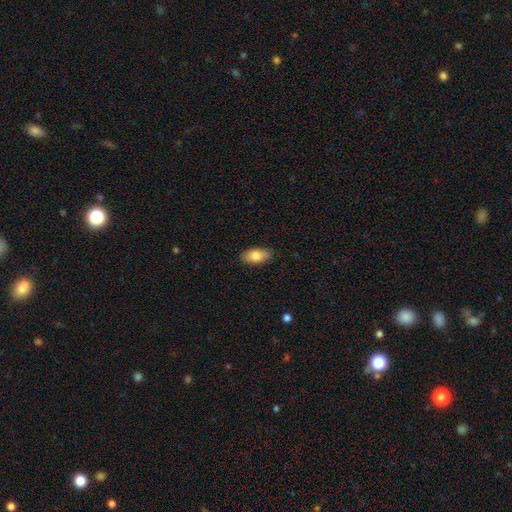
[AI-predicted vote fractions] smooth-or-featured: smooth: 82% | featured or disk: 11% | star or artifact: 7%
  how-rounded: in between: 90% | cigar-shaped: 7% | round: 3%
  merging: none: 87% | minor disturbance: 10% | major disturbance: 2% | merger: 1%